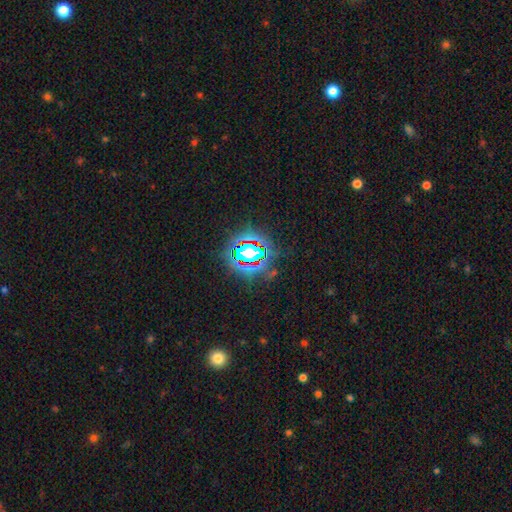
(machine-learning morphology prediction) Smooth or featured? Predicted: star or artifact (p=0.73).